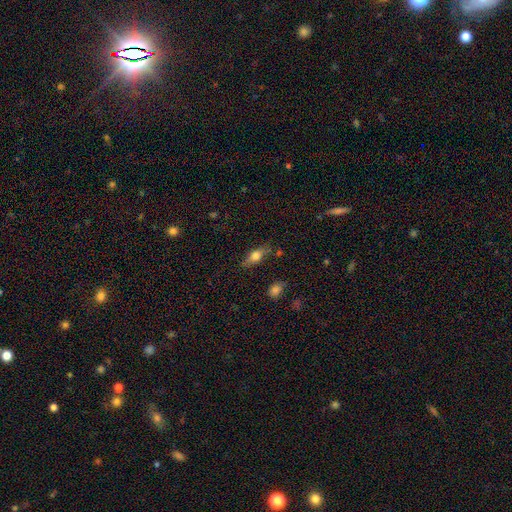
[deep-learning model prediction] Morphology: type=smooth (63%); roundness=in between (65%); merging=none (76%).